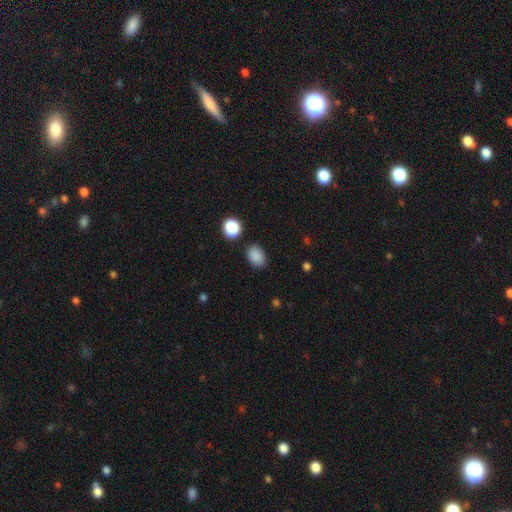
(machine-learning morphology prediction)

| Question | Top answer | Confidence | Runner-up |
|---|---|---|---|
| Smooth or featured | smooth | 87% | star or artifact (10%) |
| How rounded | in between | 75% | round (24%) |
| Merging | none | 85% | minor disturbance (10%) |